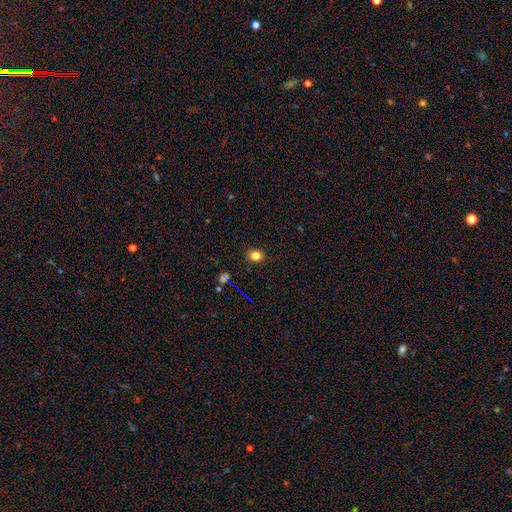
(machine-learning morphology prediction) Smooth or featured: smooth — 79% (star or artifact — 15%)
How rounded: round — 71% (in between — 28%)
Merging: none — 89% (minor disturbance — 8%)